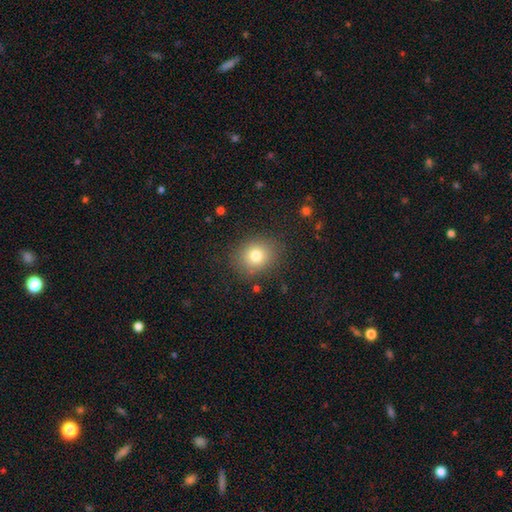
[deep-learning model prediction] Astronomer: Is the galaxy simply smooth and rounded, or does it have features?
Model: smooth — 78%.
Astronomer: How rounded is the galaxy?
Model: round — 69%.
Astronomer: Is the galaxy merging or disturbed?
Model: none — 85%.